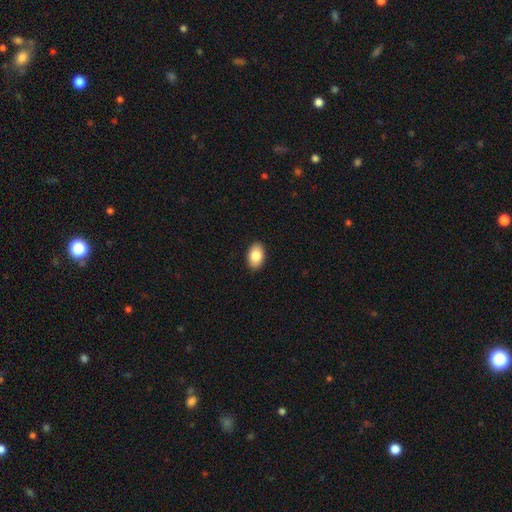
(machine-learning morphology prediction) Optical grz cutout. It shows a smooth galaxy with no disk features (84%) that is in between round and cigar-shaped (90%). Merging: none (91%).